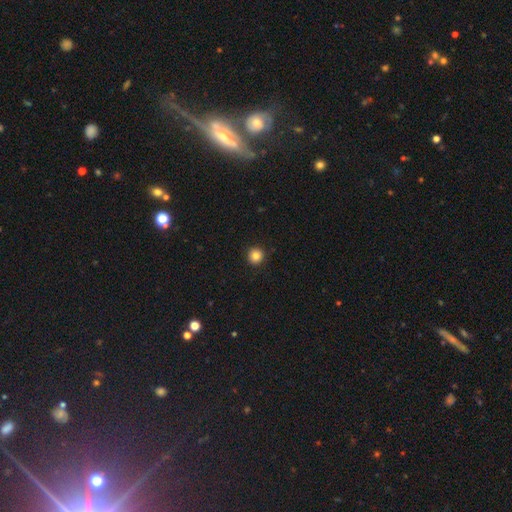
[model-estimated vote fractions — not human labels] smooth-or-featured: smooth: 84% | star or artifact: 11% | featured or disk: 5%
  how-rounded: round: 95% | in between: 4% | cigar-shaped: 1%
  merging: none: 92% | minor disturbance: 5% | major disturbance: 2% | merger: 1%